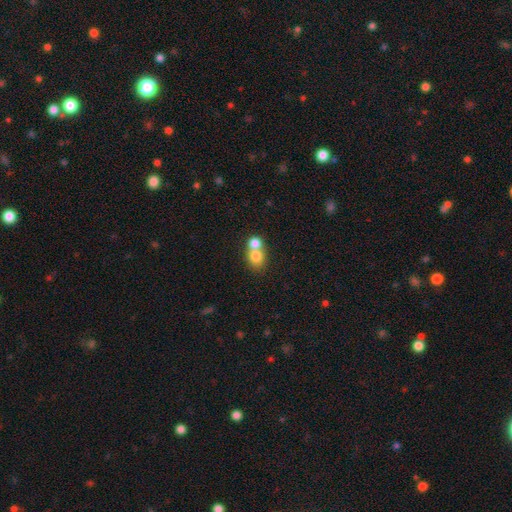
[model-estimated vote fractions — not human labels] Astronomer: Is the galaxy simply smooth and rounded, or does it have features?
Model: smooth — 77%.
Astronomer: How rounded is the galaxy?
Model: round — 73%.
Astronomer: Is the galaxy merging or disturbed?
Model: merger — 64%.